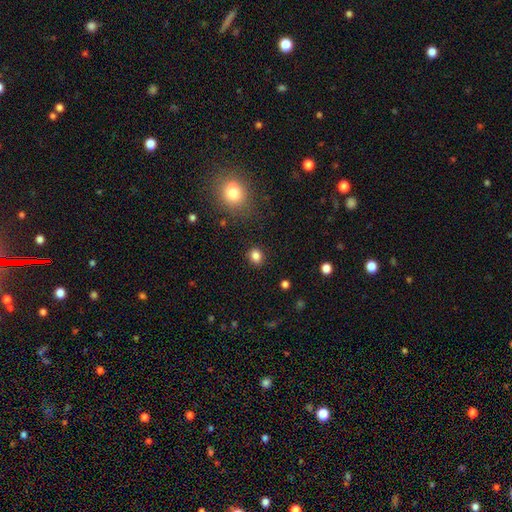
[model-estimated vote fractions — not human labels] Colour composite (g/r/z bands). It shows a smooth galaxy with no disk features (84%) that is round (65%). Merging: none (87%).